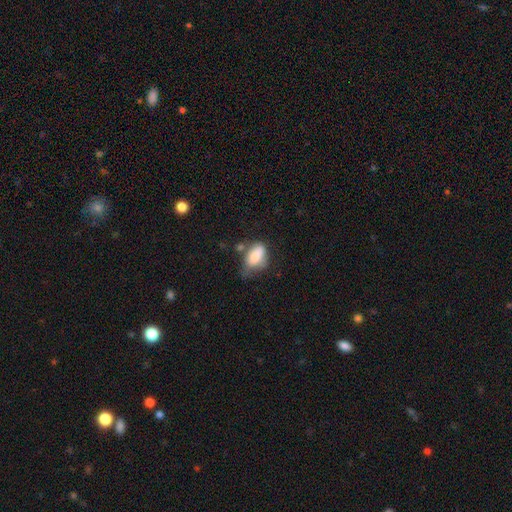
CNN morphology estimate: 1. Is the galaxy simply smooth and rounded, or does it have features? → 79% smooth, 12% featured or disk, 8% star or artifact.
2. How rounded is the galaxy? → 87% in between, 9% round, 3% cigar-shaped.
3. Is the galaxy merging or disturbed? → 37% minor disturbance, 33% none, 18% major disturbance, 11% merger.